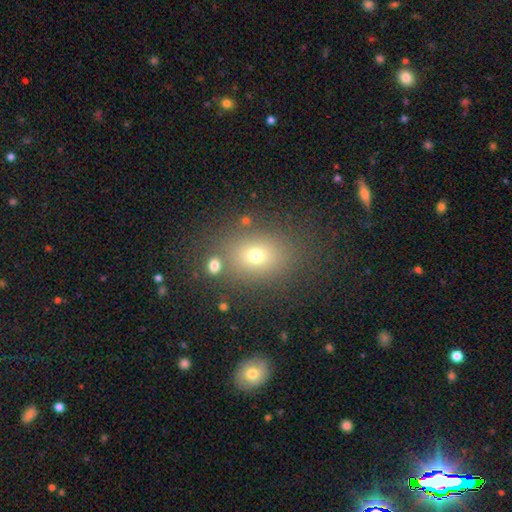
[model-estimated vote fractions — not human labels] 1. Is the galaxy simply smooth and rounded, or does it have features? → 67% smooth, 20% star or artifact, 13% featured or disk.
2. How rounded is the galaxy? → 61% in between, 38% round, 1% cigar-shaped.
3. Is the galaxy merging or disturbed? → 78% none, 11% minor disturbance, 7% merger, 5% major disturbance.